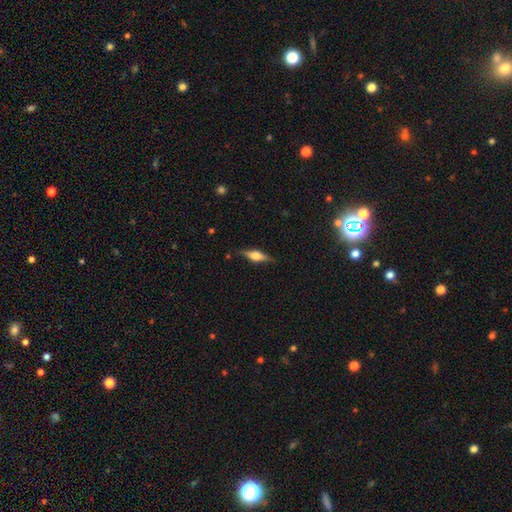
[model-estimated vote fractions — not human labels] Smooth or featured? Predicted: featured or disk (p=0.59). Edge-on disk? Predicted: yes (p=0.95). Edge-on bulge? Predicted: rounded (p=0.84). Merging? Predicted: none (p=0.83).